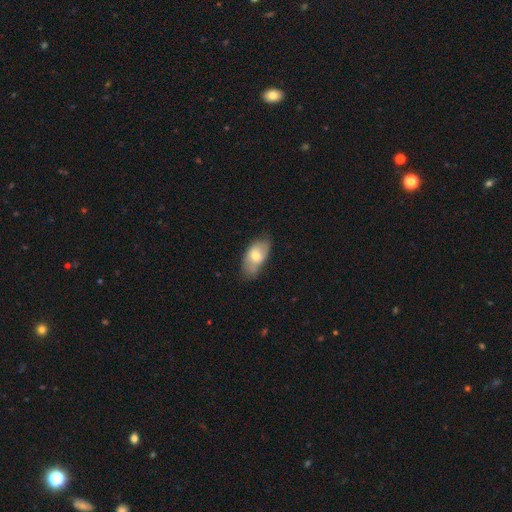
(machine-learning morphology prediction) A smooth galaxy with no disk features (64%) that is in between round and cigar-shaped (92%).

Vote fractions:
- Smooth or featured? smooth: 64% / featured or disk: 30% / star or artifact: 7%
- How rounded? in between: 92% / round: 5% / cigar-shaped: 3%
- Merging? none: 63% / minor disturbance: 29% / major disturbance: 7% / merger: 2%